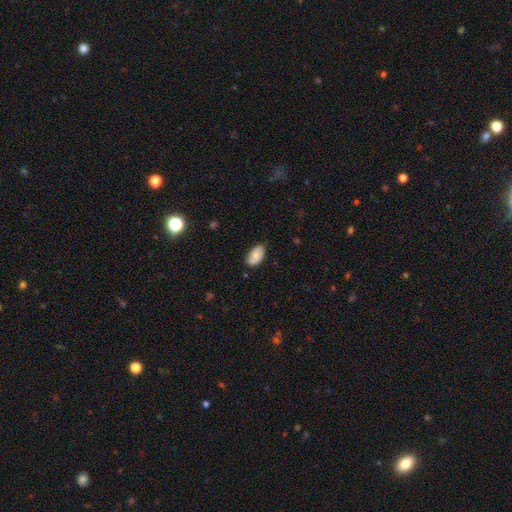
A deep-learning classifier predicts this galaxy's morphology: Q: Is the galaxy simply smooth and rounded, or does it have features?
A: smooth — 76%.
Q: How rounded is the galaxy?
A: in between — 95%.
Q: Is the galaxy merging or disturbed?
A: none — 77%.